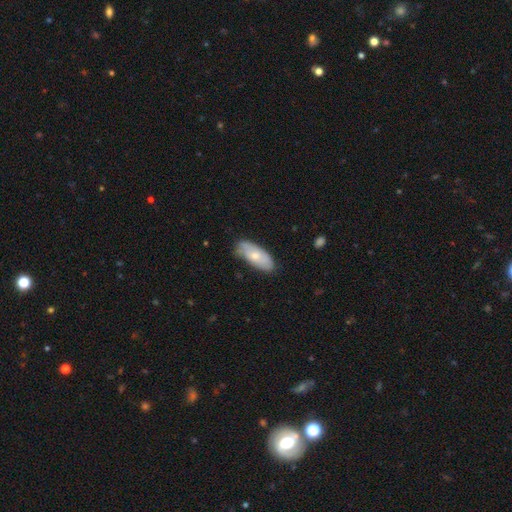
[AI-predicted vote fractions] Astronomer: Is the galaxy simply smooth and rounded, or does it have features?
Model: smooth — 64%.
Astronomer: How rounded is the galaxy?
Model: in between — 84%.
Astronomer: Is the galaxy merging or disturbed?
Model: none — 71%.